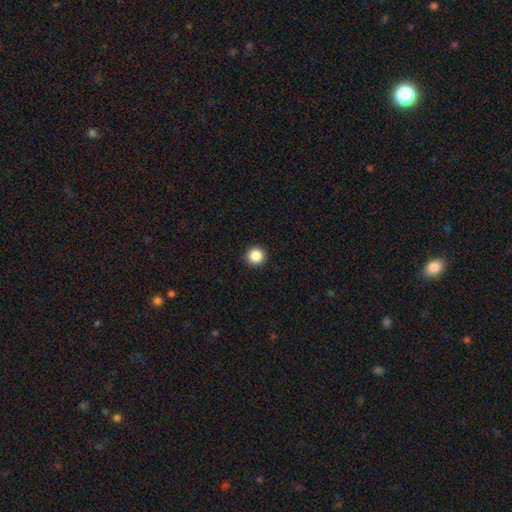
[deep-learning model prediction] This appears to be a smooth galaxy with no disk features (87%) that is round (96%). Merging: none (93%).